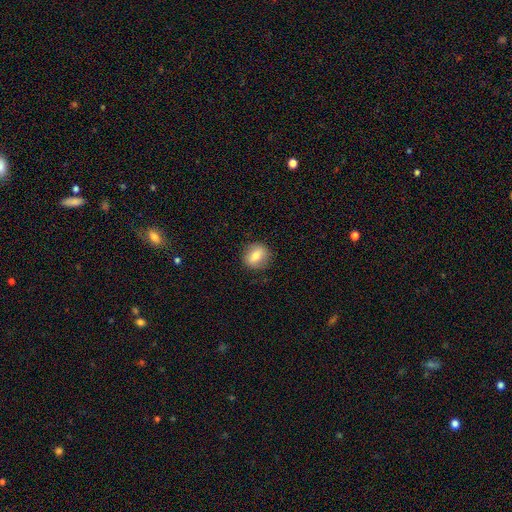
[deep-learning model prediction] Q: Smooth or featured?
A: smooth (73%); runner-up: featured or disk (18%)
Q: How rounded?
A: round (75%); runner-up: in between (23%)
Q: Merging?
A: none (86%); runner-up: minor disturbance (10%)